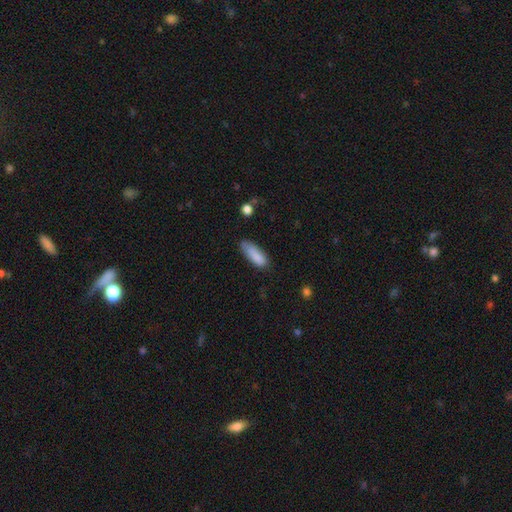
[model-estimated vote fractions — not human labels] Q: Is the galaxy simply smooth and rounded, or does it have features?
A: smooth — 85%.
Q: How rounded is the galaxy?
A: in between — 63%.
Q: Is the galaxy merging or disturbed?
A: none — 62%.